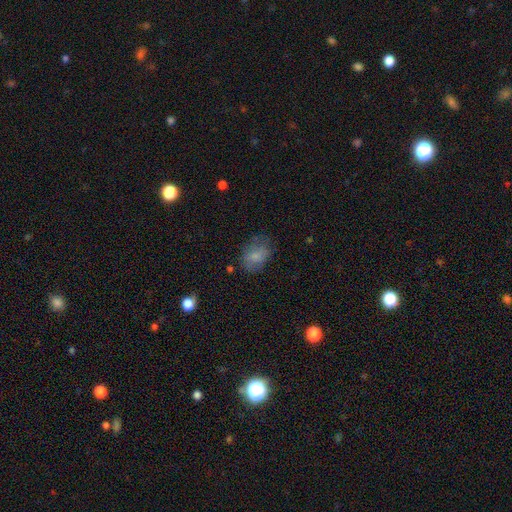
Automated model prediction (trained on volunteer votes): A smooth galaxy with no disk features (74%) that is in between round and cigar-shaped (73%).

Vote fractions:
- Smooth or featured? smooth: 74% / featured or disk: 16% / star or artifact: 10%
- How rounded? in between: 73% / round: 26% / cigar-shaped: 1%
- Merging? none: 61% / minor disturbance: 24% / major disturbance: 12% / merger: 2%